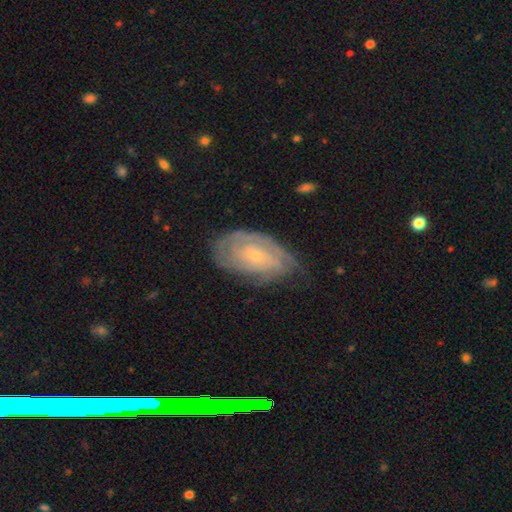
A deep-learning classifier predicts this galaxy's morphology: The model was most divided on "spiral arm count": can't tell: 53%, 2: 22%, 3: 10%, 4: 6%, 1: 6%, more than 4: 4%. More confident: edge-on disk — no (95%); spiral arms — yes (85%); bulge size — small (75%); smooth or featured — featured or disk (74%); spiral winding — tight (72%); bar — no (72%); merging — none (65%).